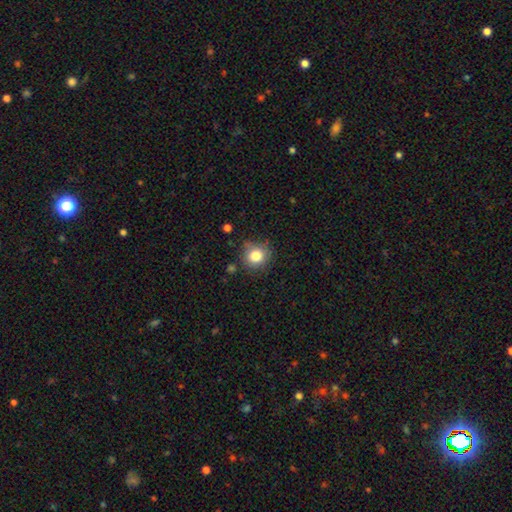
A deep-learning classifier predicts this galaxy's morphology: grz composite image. It shows a smooth galaxy with no disk features (81%) that is round (87%). Merging: none (77%).